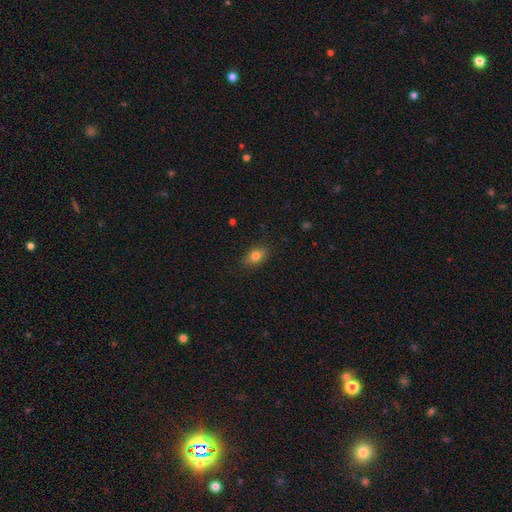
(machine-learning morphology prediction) Q: Smooth or featured?
A: smooth (77%); runner-up: featured or disk (13%)
Q: How rounded?
A: in between (80%); runner-up: round (14%)
Q: Merging?
A: none (85%); runner-up: minor disturbance (11%)